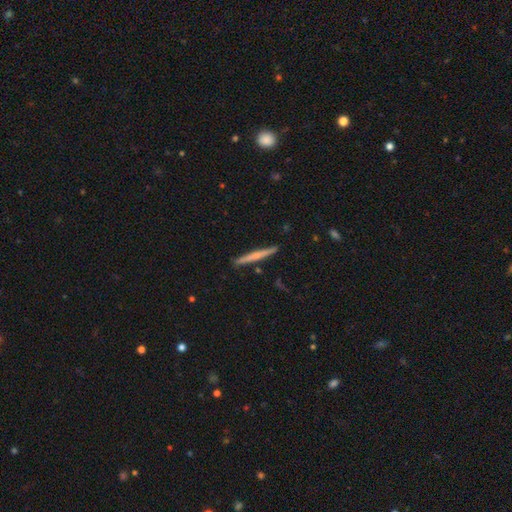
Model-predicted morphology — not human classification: Q: Smooth or featured?
A: smooth (51%); runner-up: featured or disk (44%)
Q: How rounded?
A: cigar-shaped (96%); runner-up: in between (2%)
Q: Merging?
A: none (89%); runner-up: minor disturbance (8%)